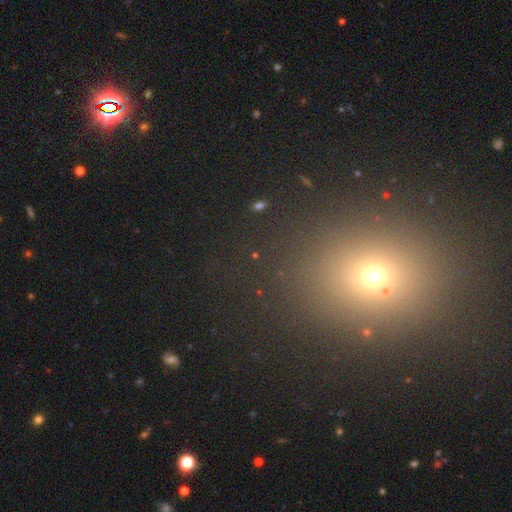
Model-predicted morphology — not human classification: Q: Smooth or featured?
A: star or artifact (54%); runner-up: smooth (35%)